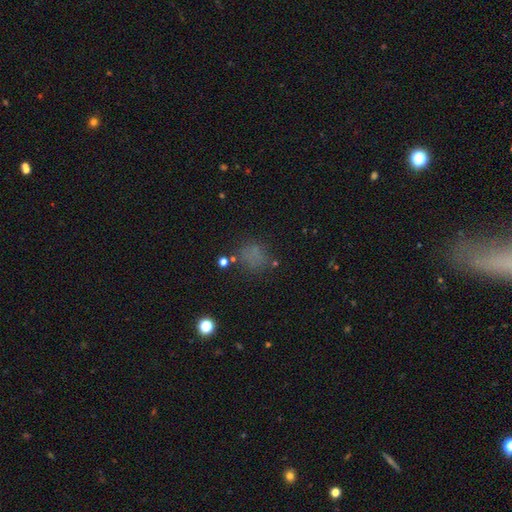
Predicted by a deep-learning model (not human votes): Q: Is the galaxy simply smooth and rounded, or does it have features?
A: smooth — 59%.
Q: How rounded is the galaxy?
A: round — 73%.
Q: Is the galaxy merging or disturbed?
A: none — 68%.